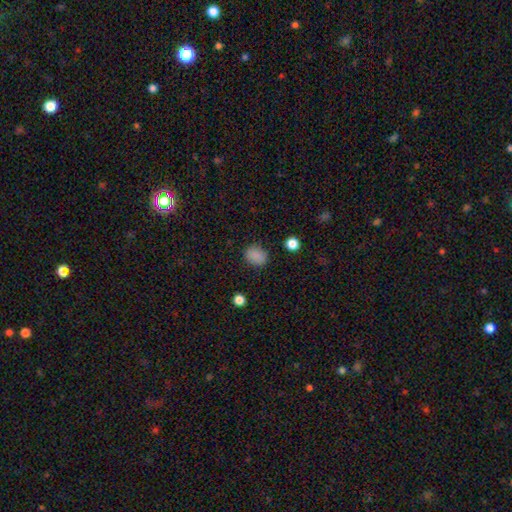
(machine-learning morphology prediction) type=smooth (85%); roundness=round (52%); merging=none (84%).